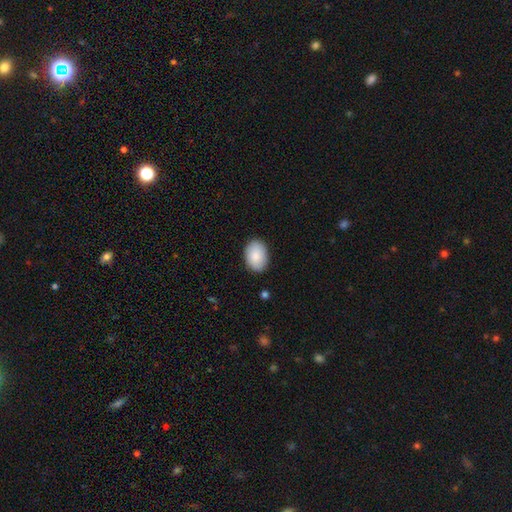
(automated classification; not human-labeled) This appears to be a smooth galaxy with no disk features (88%) that is in between round and cigar-shaped (86%). Merging: none (87%).